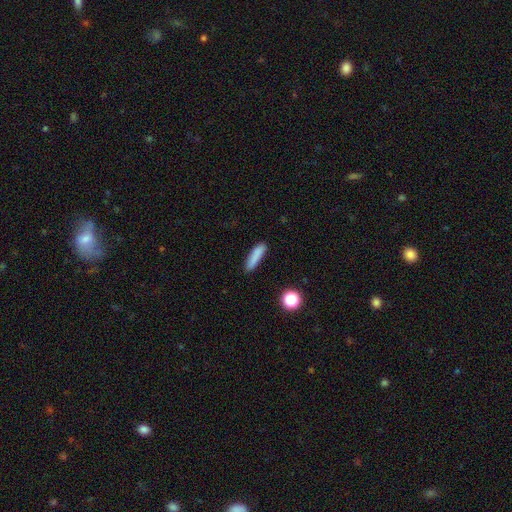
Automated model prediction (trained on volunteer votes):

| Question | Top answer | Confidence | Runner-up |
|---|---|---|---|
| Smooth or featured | smooth | 84% | star or artifact (9%) |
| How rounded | cigar-shaped | 77% | in between (21%) |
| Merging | none | 85% | minor disturbance (11%) |